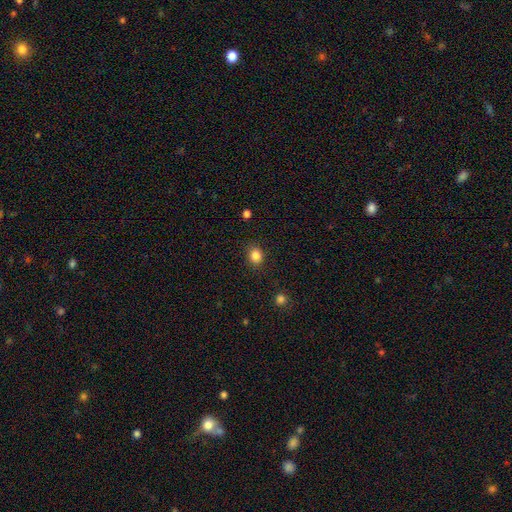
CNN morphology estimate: Smooth or featured: smooth — 85% (star or artifact — 11%)
How rounded: round — 65% (in between — 34%)
Merging: none — 87% (minor disturbance — 9%)